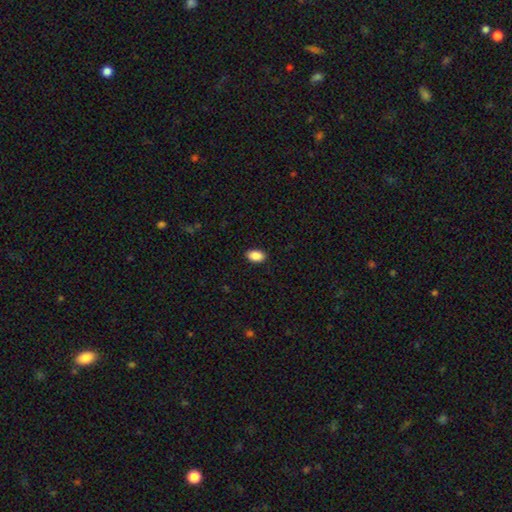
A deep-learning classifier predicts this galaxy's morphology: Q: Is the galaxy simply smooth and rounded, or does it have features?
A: smooth — 89%.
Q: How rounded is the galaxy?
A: in between — 92%.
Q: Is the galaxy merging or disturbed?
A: none — 89%.